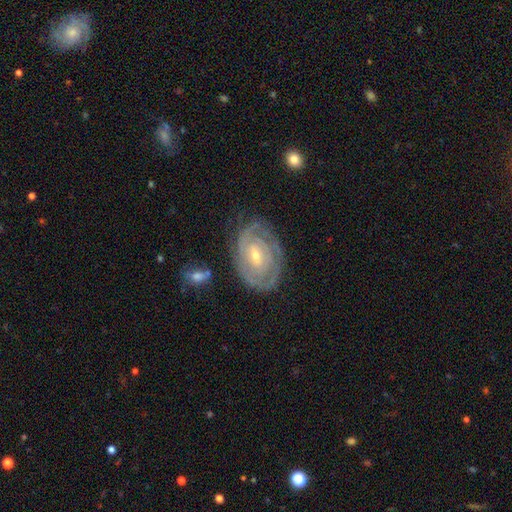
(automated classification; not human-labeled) This appears to be a featured or disk galaxy (83%) with no bar (44%), tight (79%) spiral arms (90%) and a small central bulge (64%). Merging: none (72%).